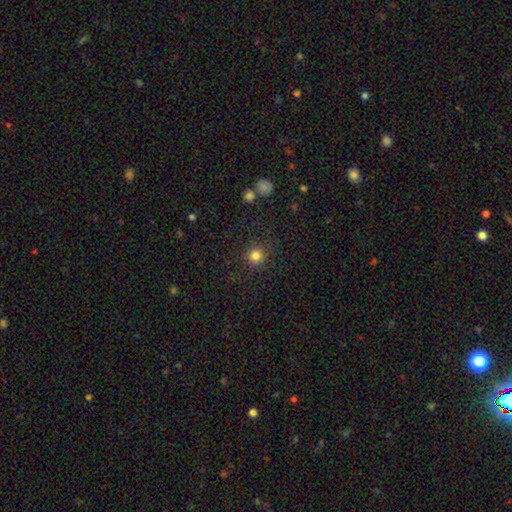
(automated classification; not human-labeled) The model was most divided on "smooth or featured": smooth: 82%, star or artifact: 13%, featured or disk: 5%. More confident: how rounded — round (94%); merging — none (87%).